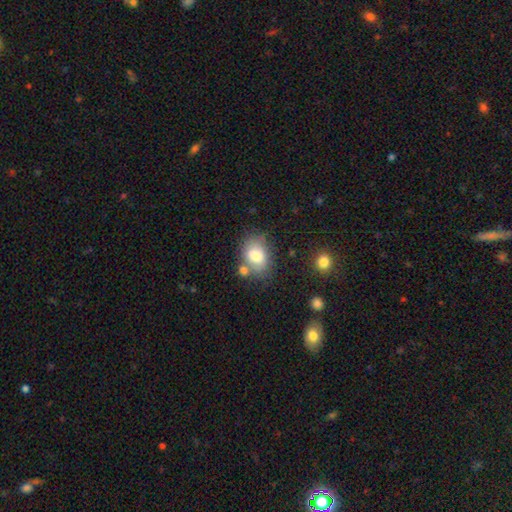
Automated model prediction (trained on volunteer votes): A smooth galaxy with no disk features (76%) that is in between round and cigar-shaped (77%).

Vote fractions:
- Smooth or featured? smooth: 76% / featured or disk: 16% / star or artifact: 8%
- How rounded? in between: 77% / round: 22% / cigar-shaped: 1%
- Merging? none: 57% / minor disturbance: 20% / merger: 16% / major disturbance: 7%